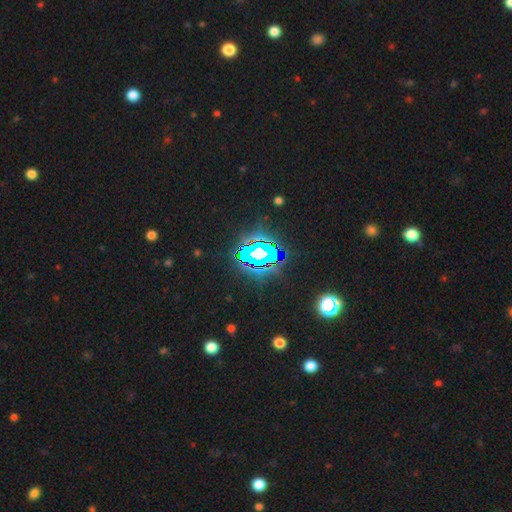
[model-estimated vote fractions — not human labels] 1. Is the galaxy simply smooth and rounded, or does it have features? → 84% star or artifact, 9% smooth, 7% featured or disk.